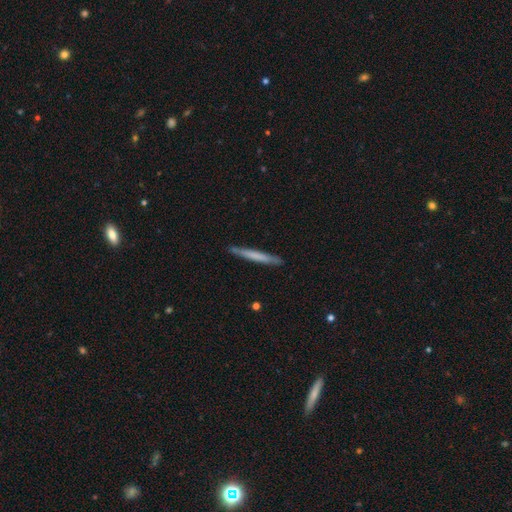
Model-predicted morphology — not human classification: A smooth galaxy with no disk features (59%) that is cigar-shaped (97%).

Vote fractions:
- Smooth or featured? smooth: 59% / featured or disk: 36% / star or artifact: 5%
- How rounded? cigar-shaped: 97% / in between: 2% / round: 1%
- Merging? none: 87% / minor disturbance: 10% / major disturbance: 2% / merger: 1%